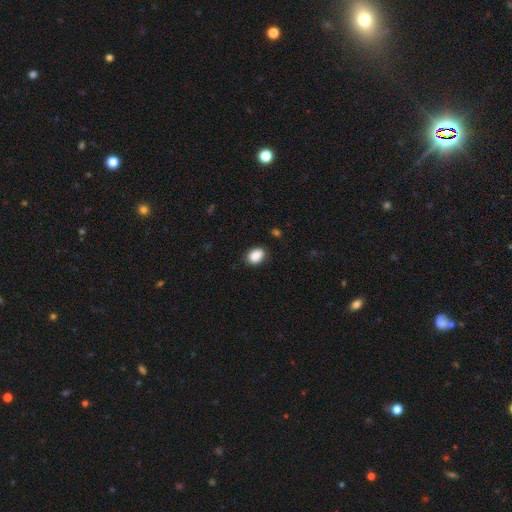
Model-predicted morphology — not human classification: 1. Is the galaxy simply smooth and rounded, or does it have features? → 88% smooth, 8% star or artifact, 4% featured or disk.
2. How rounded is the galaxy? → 74% in between, 25% round, 1% cigar-shaped.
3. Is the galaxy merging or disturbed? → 81% none, 15% minor disturbance, 3% major disturbance, 1% merger.